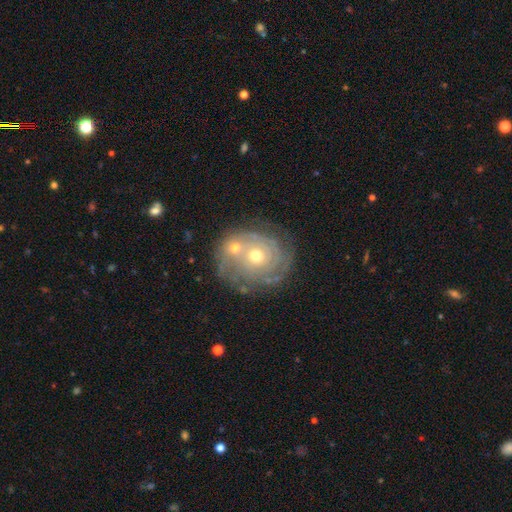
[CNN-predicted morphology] Overall: featured or disk (77%). Edge-on disk: no (97%). Bar: no (83%). Spiral arms: yes (87%). Spiral arm count: can't tell (38%; 2 23%). Spiral winding: tight (76%). Bulge size: moderate (58%; small 38%). Merging: none (59%; merger 20%).